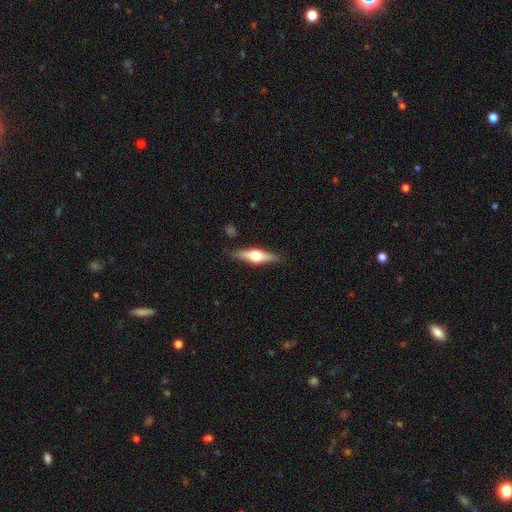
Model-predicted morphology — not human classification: This is likely a featured or disk galaxy (63%). It is clearly viewed edge-on (96%). Edge-on bulge: clearly rounded (94%). Merging: clearly none (87%).